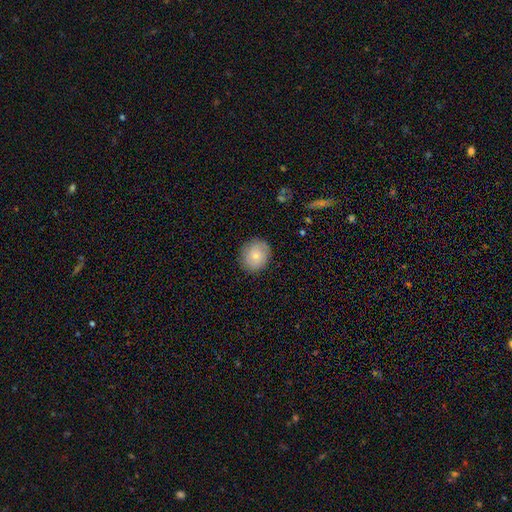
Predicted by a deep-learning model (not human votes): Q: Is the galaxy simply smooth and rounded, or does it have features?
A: smooth — 71%.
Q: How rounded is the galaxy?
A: round — 73%.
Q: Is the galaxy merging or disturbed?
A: none — 85%.